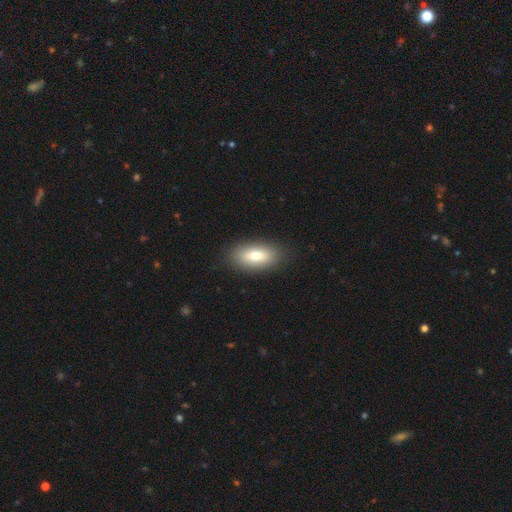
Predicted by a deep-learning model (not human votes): Morphology: type=smooth (78%); roundness=in between (89%); merging=none (88%).